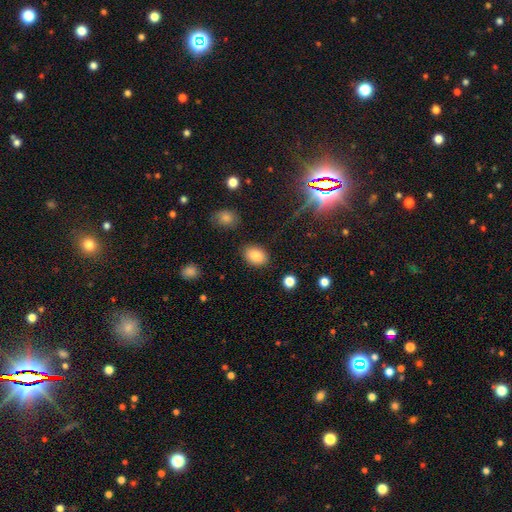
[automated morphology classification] This is clearly a smooth galaxy (85%). How rounded: likely in between (77%). Merging: clearly none (84%).